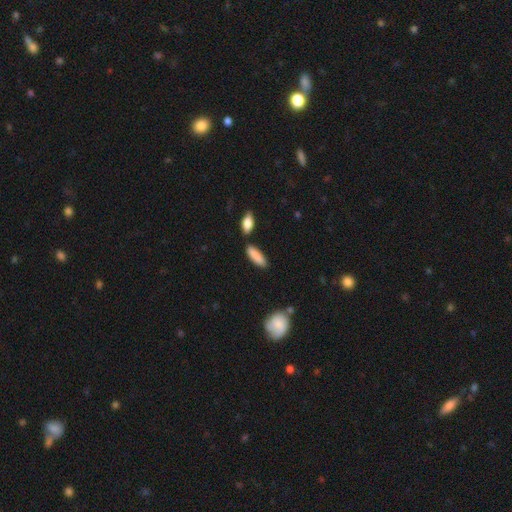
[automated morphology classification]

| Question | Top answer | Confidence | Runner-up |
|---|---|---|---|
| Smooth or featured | smooth | 87% | featured or disk (7%) |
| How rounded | cigar-shaped | 51% | in between (48%) |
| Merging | none | 79% | minor disturbance (12%) |